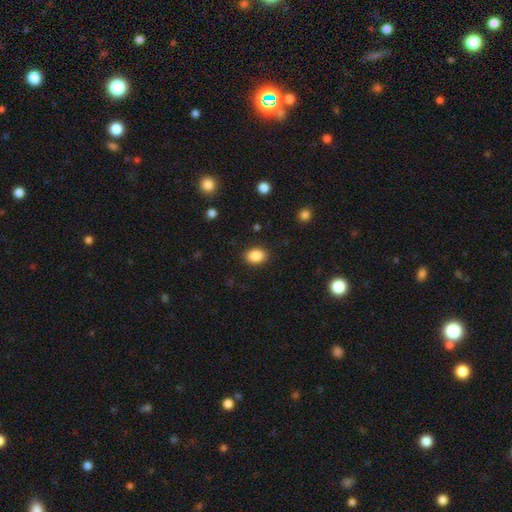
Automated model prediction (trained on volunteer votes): Morphology: type=smooth (88%); roundness=in between (71%); merging=none (88%).